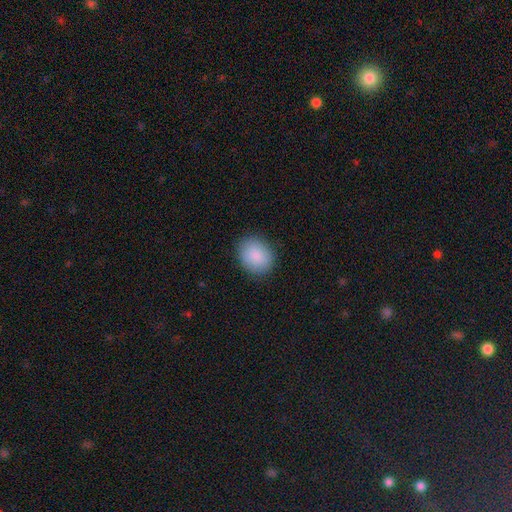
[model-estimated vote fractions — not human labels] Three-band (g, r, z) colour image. It shows a smooth galaxy with no disk features (89%) that is round (51%). Merging: none (87%).